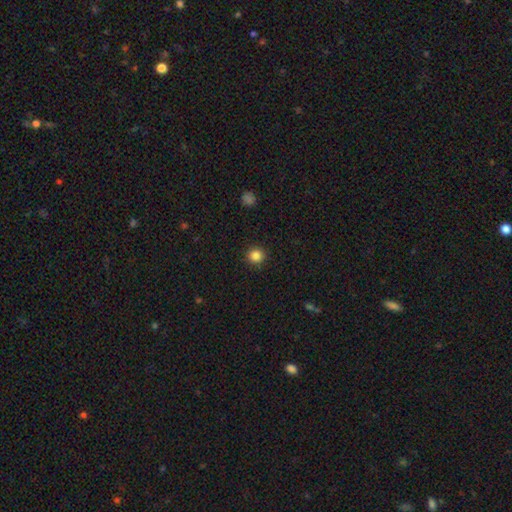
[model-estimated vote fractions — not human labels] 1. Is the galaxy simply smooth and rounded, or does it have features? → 85% smooth, 11% star or artifact, 4% featured or disk.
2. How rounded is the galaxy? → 93% round, 6% in between, 1% cigar-shaped.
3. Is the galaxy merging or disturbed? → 92% none, 5% minor disturbance, 2% major disturbance, 1% merger.